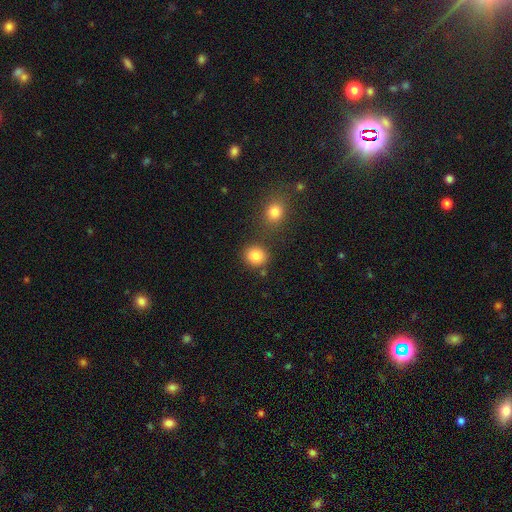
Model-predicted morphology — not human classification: A smooth galaxy with no disk features (86%) that is round (77%).

Vote fractions:
- Smooth or featured? smooth: 86% / star or artifact: 10% / featured or disk: 4%
- How rounded? round: 77% / in between: 22% / cigar-shaped: 1%
- Merging? none: 77% / merger: 10% / minor disturbance: 9% / major disturbance: 3%